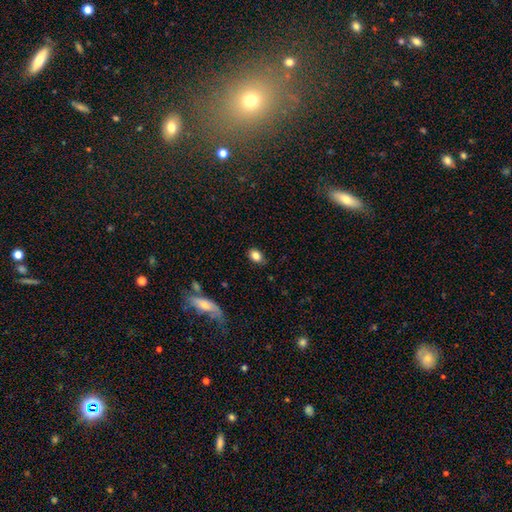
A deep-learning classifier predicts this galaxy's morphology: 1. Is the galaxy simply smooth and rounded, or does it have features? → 83% smooth, 9% star or artifact, 8% featured or disk.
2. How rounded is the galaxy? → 77% in between, 22% round, 2% cigar-shaped.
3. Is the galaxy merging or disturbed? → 82% none, 14% minor disturbance, 3% major disturbance, 2% merger.